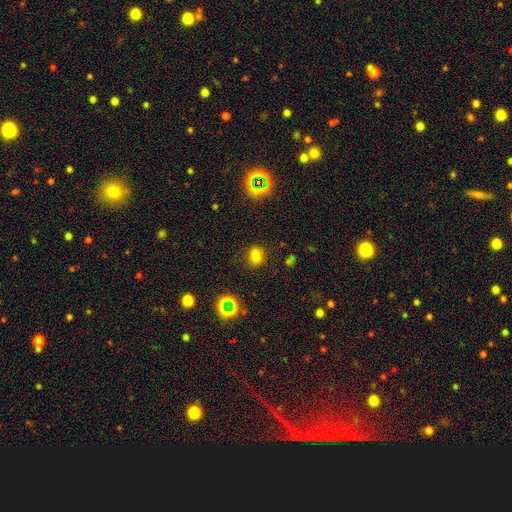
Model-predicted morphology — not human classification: A smooth galaxy with no disk features (74%) that is in between round and cigar-shaped (51%).

Vote fractions:
- Smooth or featured? smooth: 74% / star or artifact: 18% / featured or disk: 7%
- How rounded? in between: 51% / round: 47% / cigar-shaped: 1%
- Merging? none: 86% / minor disturbance: 10% / major disturbance: 3% / merger: 1%